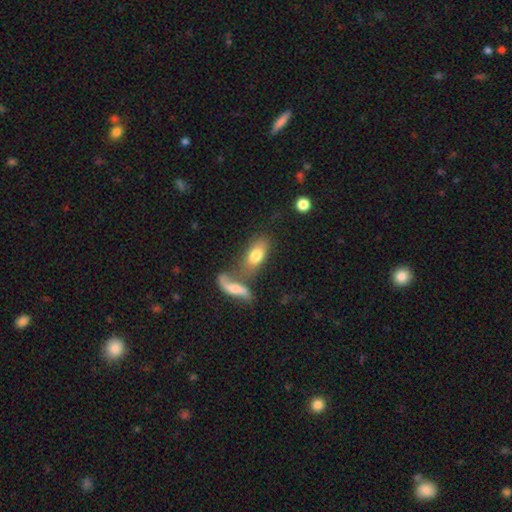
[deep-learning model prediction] The model was most divided on "merging": merger: 43%, none: 38%, minor disturbance: 11%, major disturbance: 8%. More confident: how rounded — in between (84%); smooth or featured — smooth (69%).